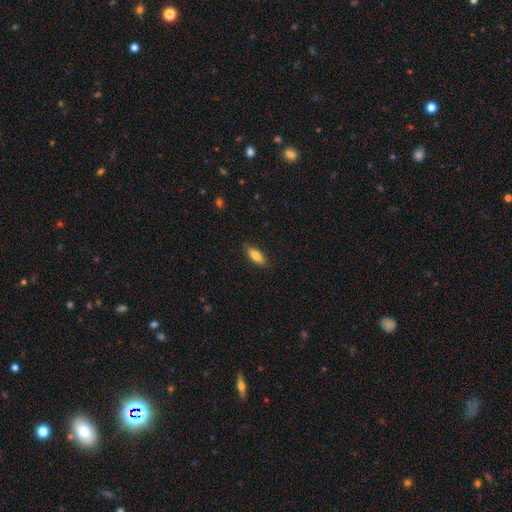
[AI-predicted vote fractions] smooth_or_featured: smooth (p=0.78) [alt: featured or disk p=0.16]
how_rounded: in between (p=0.65) [alt: cigar-shaped p=0.33]
merging: none (p=0.86) [alt: minor disturbance p=0.11]